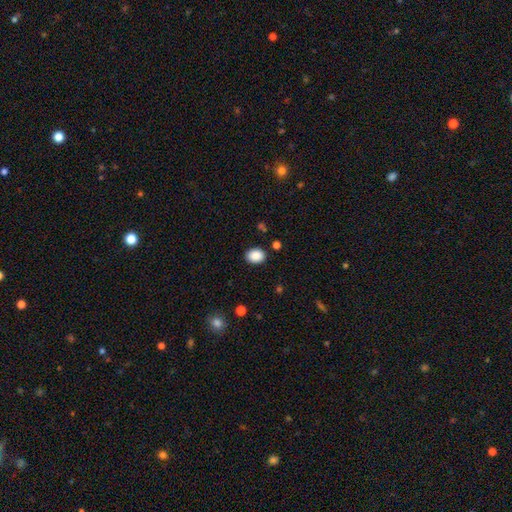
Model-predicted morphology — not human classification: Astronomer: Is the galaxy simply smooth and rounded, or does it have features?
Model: smooth — 89%.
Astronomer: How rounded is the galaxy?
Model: in between — 66%.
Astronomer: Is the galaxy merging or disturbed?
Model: none — 88%.